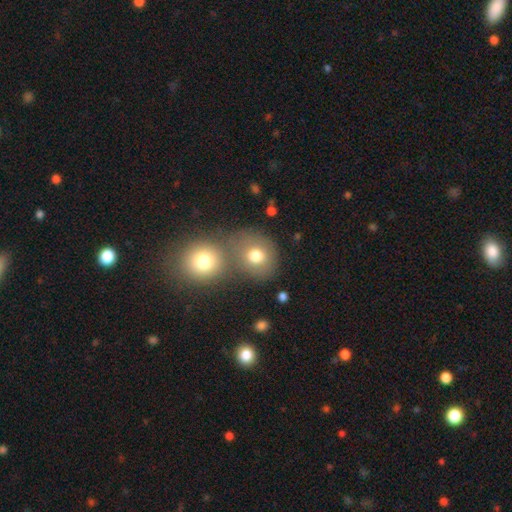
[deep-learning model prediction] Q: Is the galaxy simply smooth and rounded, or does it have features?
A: smooth — 76%.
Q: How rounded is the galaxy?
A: round — 77%.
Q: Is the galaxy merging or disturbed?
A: none — 48%.